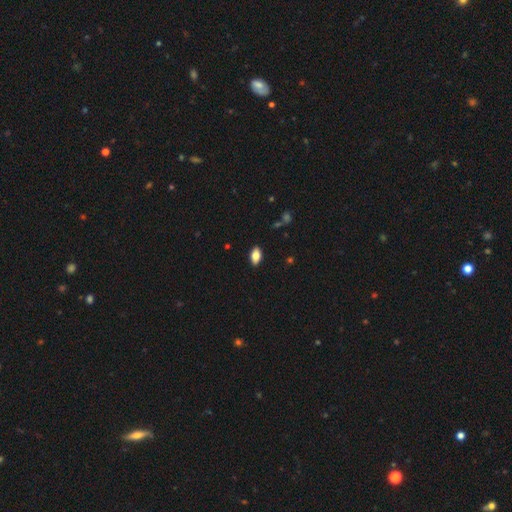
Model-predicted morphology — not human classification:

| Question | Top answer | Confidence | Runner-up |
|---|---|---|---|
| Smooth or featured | smooth | 80% | featured or disk (12%) |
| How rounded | in between | 91% | round (5%) |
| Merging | none | 88% | minor disturbance (9%) |